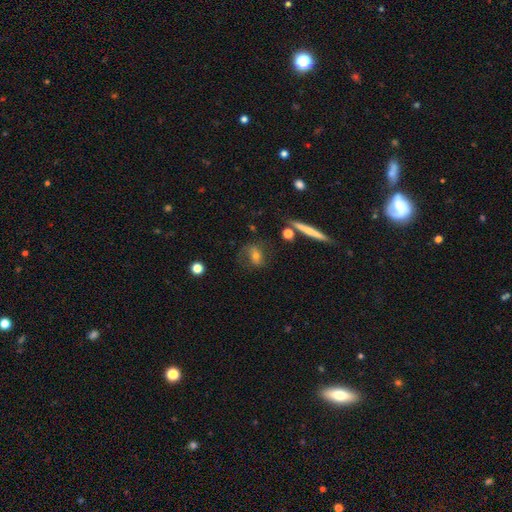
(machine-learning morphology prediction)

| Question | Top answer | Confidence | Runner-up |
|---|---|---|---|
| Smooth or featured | featured or disk | 48% | smooth (41%) |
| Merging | none | 62% | minor disturbance (19%) |